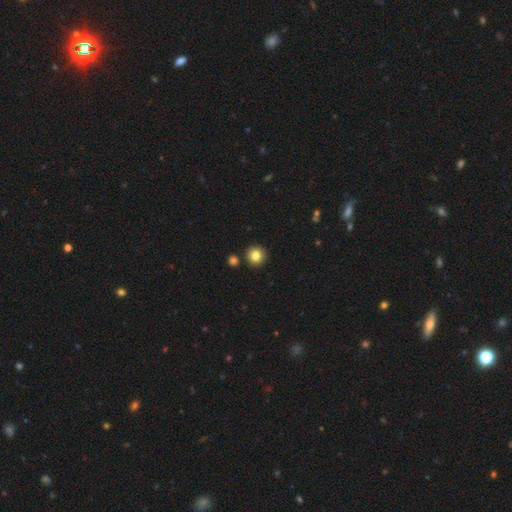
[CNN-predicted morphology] Smooth or featured?
  - smooth: 83% *
  - star or artifact: 11%
  - featured or disk: 6%
How rounded?
  - round: 94% *
  - in between: 5%
  - cigar-shaped: 1%
Merging?
  - none: 89% *
  - minor disturbance: 5%
  - merger: 4%
  - major disturbance: 2%